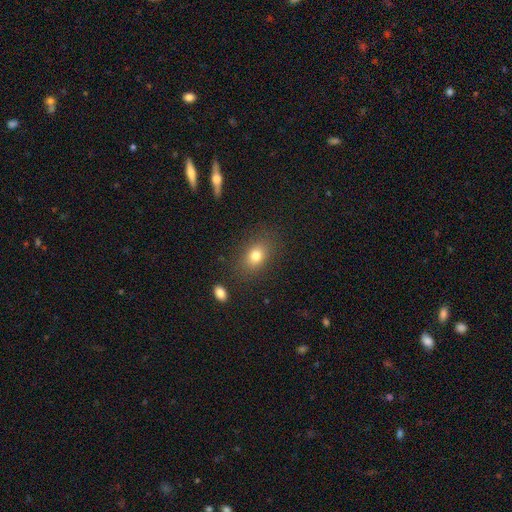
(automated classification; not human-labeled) smooth_or_featured: smooth (p=0.78) [alt: star or artifact p=0.12]
how_rounded: in between (p=0.70) [alt: round p=0.29]
merging: none (p=0.82) [alt: minor disturbance p=0.11]